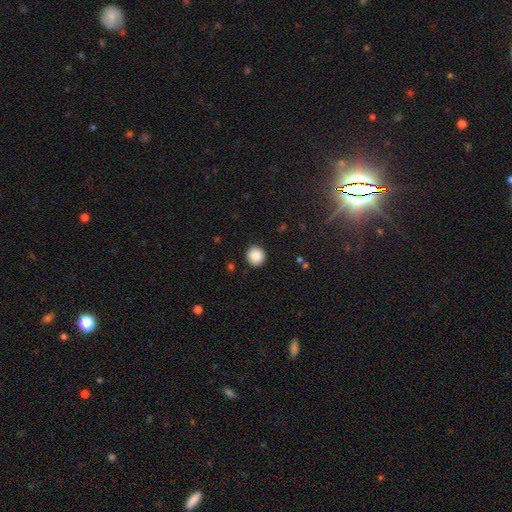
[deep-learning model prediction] Overall: smooth (87%). How rounded: round (93%). Merging: none (92%).